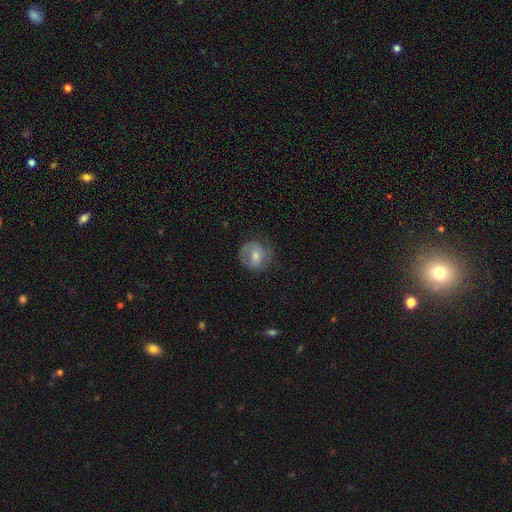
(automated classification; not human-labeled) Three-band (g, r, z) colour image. It shows a smooth galaxy with no disk features (60%) that is round (83%). Merging: none (70%).